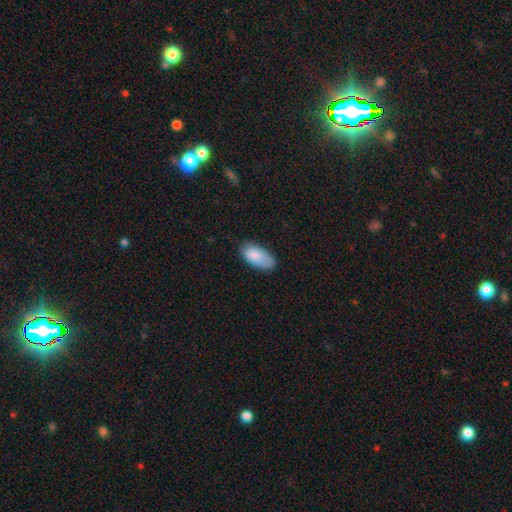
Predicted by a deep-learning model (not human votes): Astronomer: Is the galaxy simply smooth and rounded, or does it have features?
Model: smooth — 86%.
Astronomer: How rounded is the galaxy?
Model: in between — 93%.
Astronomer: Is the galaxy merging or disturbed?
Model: none — 68%.